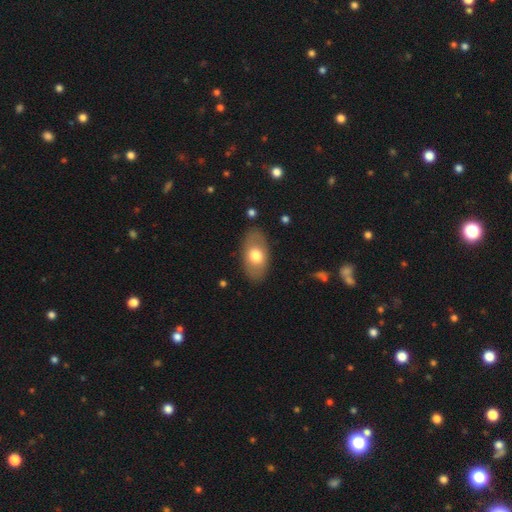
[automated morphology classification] A smooth galaxy with no disk features (67%) that is in between round and cigar-shaped (92%). Merging: none (85%).